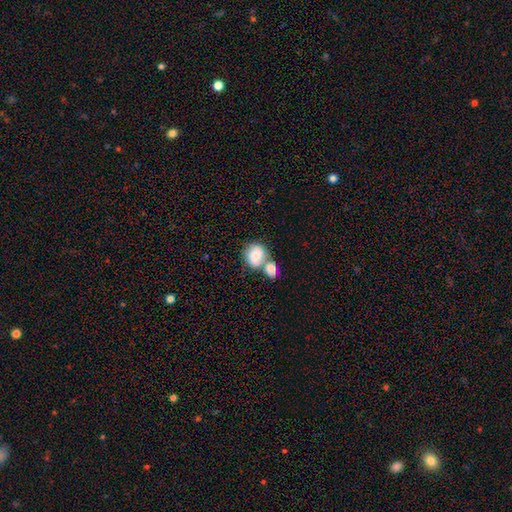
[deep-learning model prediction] smooth_or_featured: smooth (p=0.66) [alt: featured or disk p=0.26]
how_rounded: round (p=0.63) [alt: in between p=0.35]
merging: merger (p=0.58) [alt: none p=0.27]